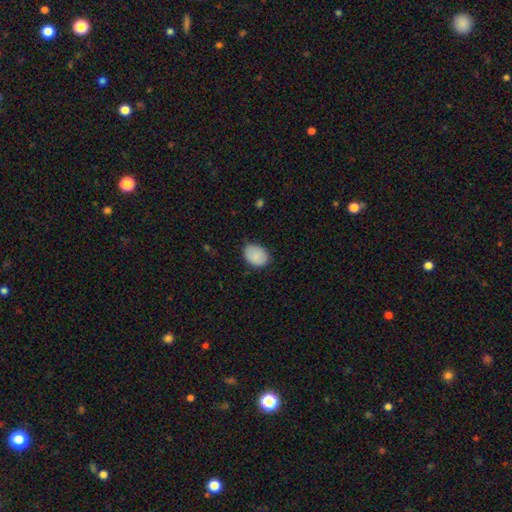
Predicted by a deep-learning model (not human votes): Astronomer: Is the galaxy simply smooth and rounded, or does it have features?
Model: smooth — 88%.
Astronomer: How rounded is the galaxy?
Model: in between — 67%.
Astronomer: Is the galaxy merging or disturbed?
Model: none — 73%.